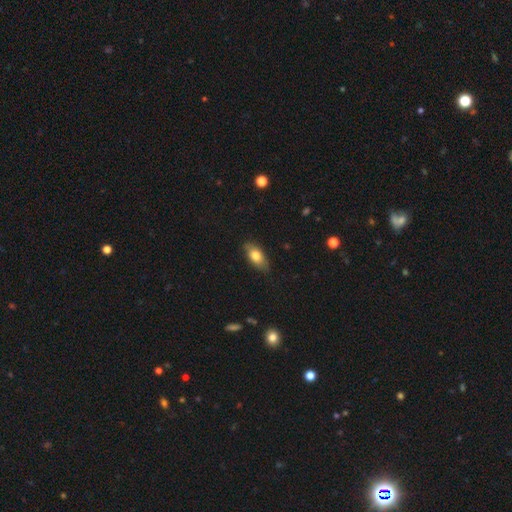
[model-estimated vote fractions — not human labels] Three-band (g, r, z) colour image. It shows a smooth galaxy with no disk features (76%) that is in between round and cigar-shaped (87%). Merging: none (80%).